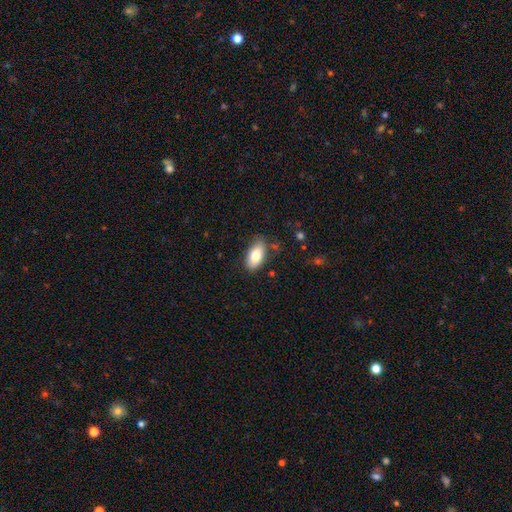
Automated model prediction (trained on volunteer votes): Smooth or featured: smooth — 80% (featured or disk — 13%)
How rounded: in between — 91% (cigar-shaped — 5%)
Merging: none — 79% (minor disturbance — 16%)